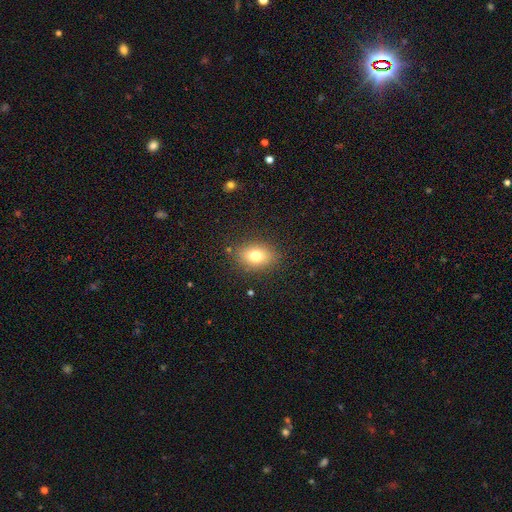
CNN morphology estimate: type=smooth (76%); roundness=in between (68%); merging=none (86%).